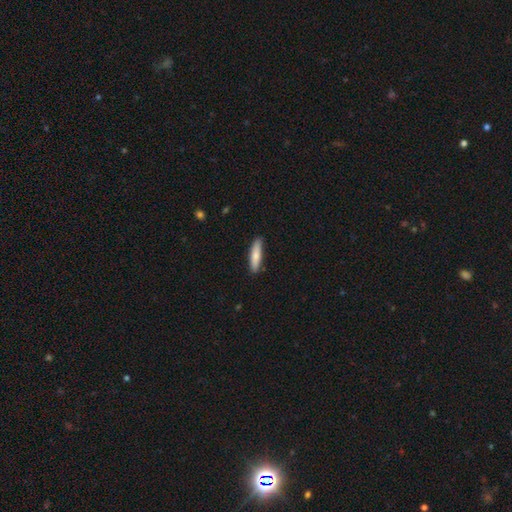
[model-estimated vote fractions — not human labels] Overall: smooth (72%). How rounded: cigar-shaped (77%). Merging: none (88%).